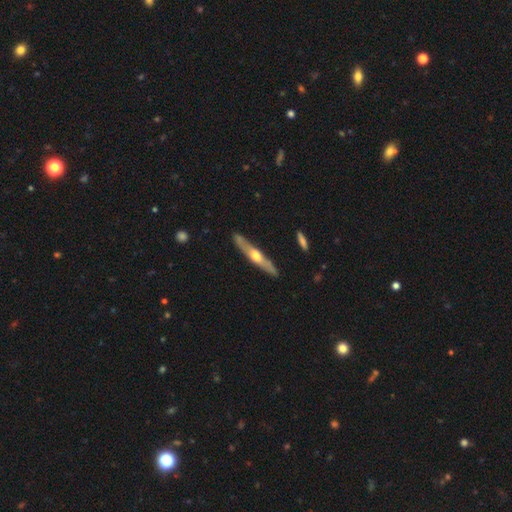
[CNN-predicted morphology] Smooth or featured?
  - featured or disk: 68% *
  - smooth: 27%
  - star or artifact: 5%
Edge-on disk?
  - yes: 94% *
  - no: 6%
Edge-on bulge?
  - rounded: 91% *
  - none: 6%
  - boxy: 3%
Merging?
  - none: 88% *
  - minor disturbance: 9%
  - merger: 2%
  - major disturbance: 2%